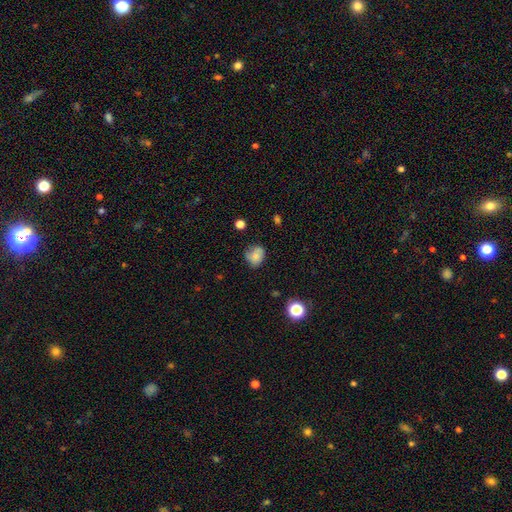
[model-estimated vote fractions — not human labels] A smooth galaxy with no disk features (70%) that is round (60%).

Vote fractions:
- Smooth or featured? smooth: 70% / featured or disk: 19% / star or artifact: 11%
- How rounded? round: 60% / in between: 39% / cigar-shaped: 1%
- Merging? none: 60% / minor disturbance: 29% / major disturbance: 8% / merger: 4%